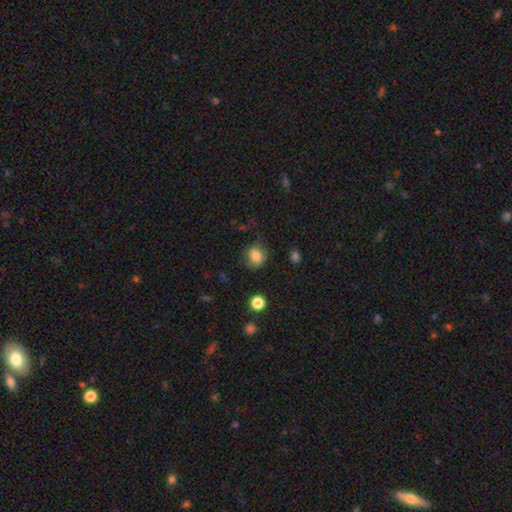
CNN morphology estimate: smooth_or_featured: smooth (p=0.82) [alt: star or artifact p=0.10]
how_rounded: round (p=0.55) [alt: in between p=0.43]
merging: none (p=0.69) [alt: minor disturbance p=0.21]